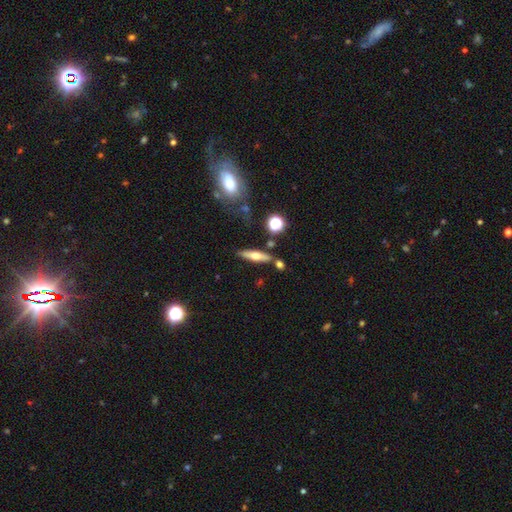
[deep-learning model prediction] This appears to be a featured or disk galaxy (48%). Merging: none (78%).